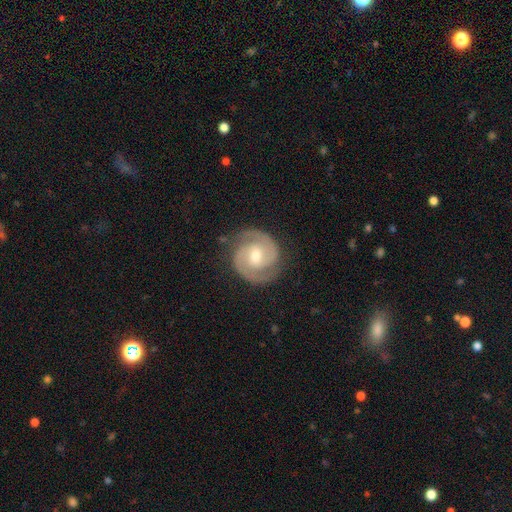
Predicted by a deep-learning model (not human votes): This appears to be a featured or disk galaxy (91%) with a weak bar (48%), 2 (93%) tight (58%) spiral arms (98%) and a moderate central bulge (64%). Merging: none (85%).